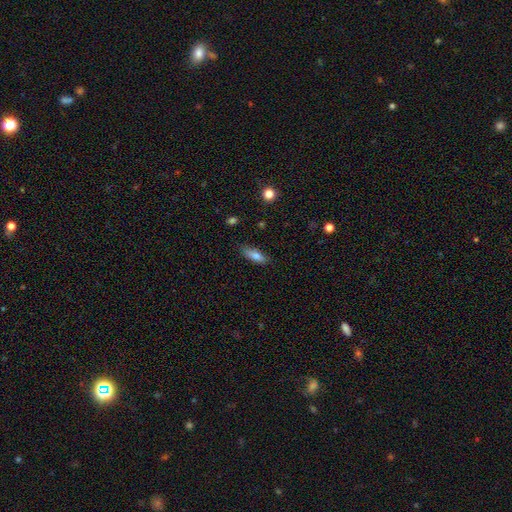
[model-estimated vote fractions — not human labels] This appears to be a smooth galaxy with no disk features (76%) that is in between round and cigar-shaped (58%). Merging: none (77%).